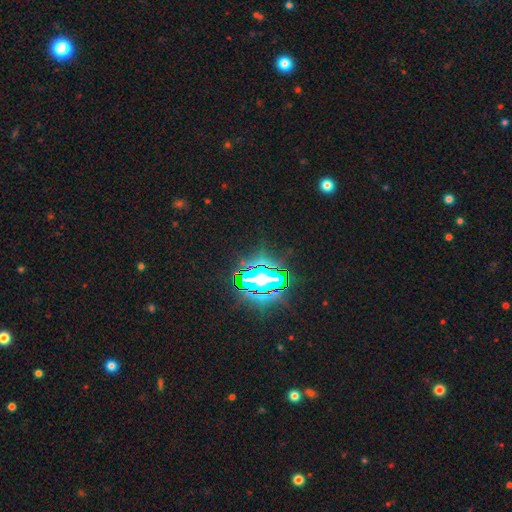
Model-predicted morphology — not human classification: A star or artifact, not a galaxy (84%).

Vote fractions:
- Smooth or featured? star or artifact: 84% / smooth: 10% / featured or disk: 7%